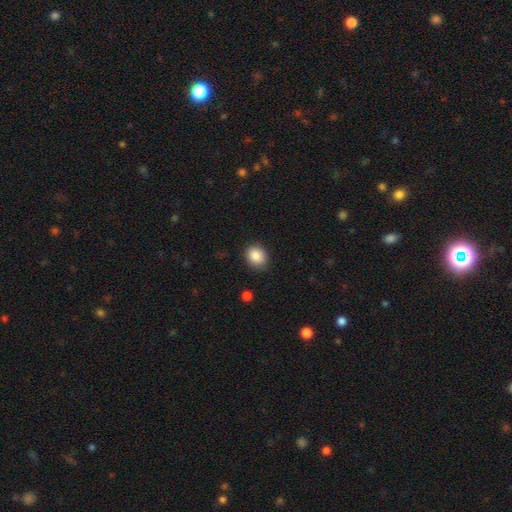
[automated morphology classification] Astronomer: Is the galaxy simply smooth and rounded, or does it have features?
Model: smooth — 87%.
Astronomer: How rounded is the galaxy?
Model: round — 67%.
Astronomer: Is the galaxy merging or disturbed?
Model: none — 87%.